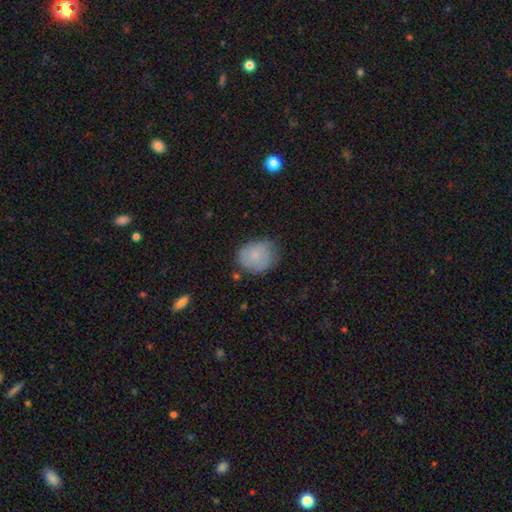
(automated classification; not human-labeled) A smooth galaxy with no disk features (74%) that is round (64%).

Vote fractions:
- Smooth or featured? smooth: 74% / featured or disk: 18% / star or artifact: 8%
- How rounded? round: 64% / in between: 35% / cigar-shaped: 1%
- Merging? none: 62% / minor disturbance: 29% / major disturbance: 7% / merger: 2%